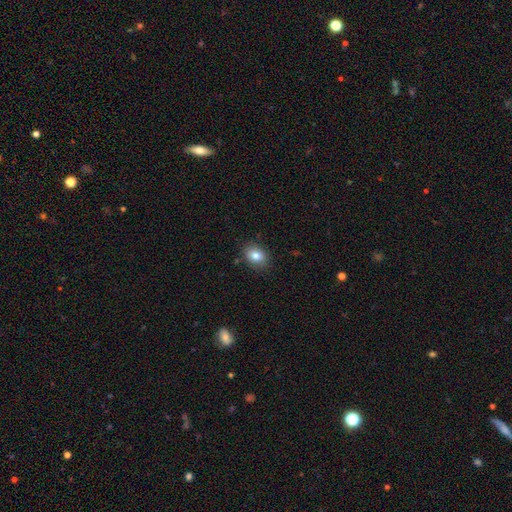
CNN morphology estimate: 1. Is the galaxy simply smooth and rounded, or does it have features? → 81% smooth, 10% featured or disk, 9% star or artifact.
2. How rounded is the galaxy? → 68% in between, 31% round, 1% cigar-shaped.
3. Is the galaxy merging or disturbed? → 85% none, 11% minor disturbance, 2% major disturbance, 2% merger.